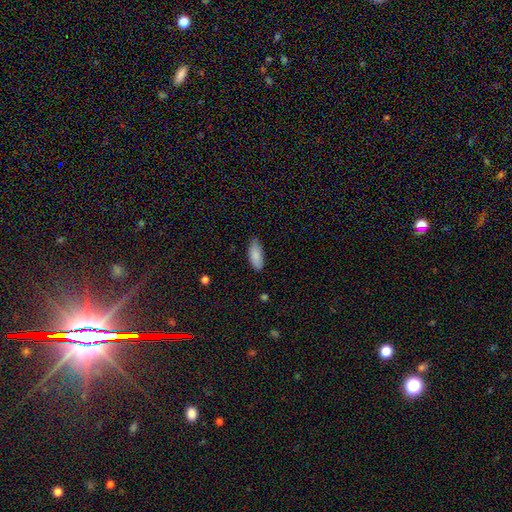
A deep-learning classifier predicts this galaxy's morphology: smooth-or-featured: smooth: 87% | featured or disk: 7% | star or artifact: 6%
  how-rounded: in between: 81% | cigar-shaped: 17% | round: 2%
  merging: none: 80% | minor disturbance: 16% | major disturbance: 3% | merger: 1%